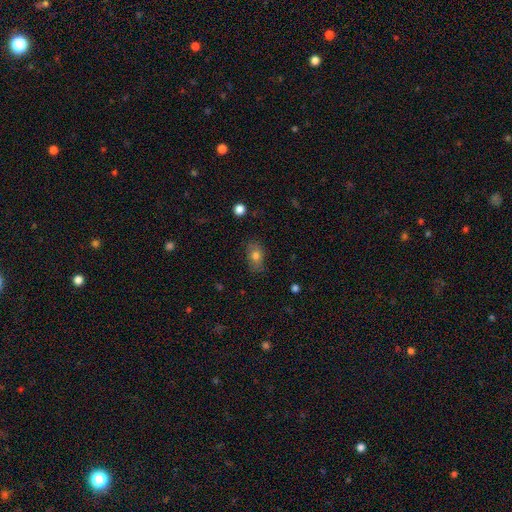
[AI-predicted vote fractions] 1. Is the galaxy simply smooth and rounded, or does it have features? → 76% smooth, 14% featured or disk, 9% star or artifact.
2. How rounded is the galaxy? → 82% in between, 16% round, 2% cigar-shaped.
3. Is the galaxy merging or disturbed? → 77% none, 17% minor disturbance, 4% major disturbance, 1% merger.